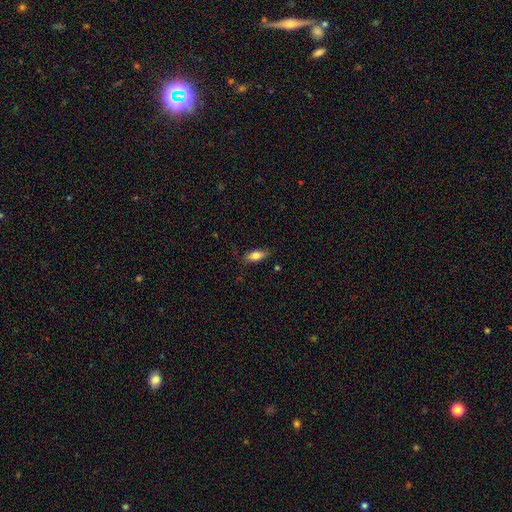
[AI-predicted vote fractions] Smooth or featured: smooth — 74% (featured or disk — 19%)
How rounded: in between — 74% (cigar-shaped — 23%)
Merging: none — 79% (minor disturbance — 16%)